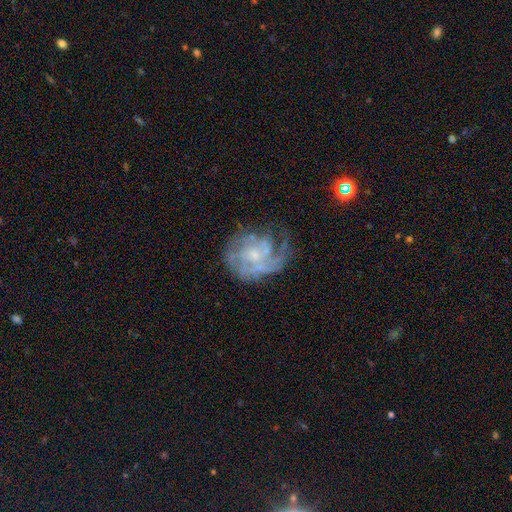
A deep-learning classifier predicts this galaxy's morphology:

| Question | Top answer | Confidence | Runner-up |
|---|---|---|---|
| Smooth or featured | featured or disk | 76% | smooth (16%) |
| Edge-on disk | no | 98% | yes (2%) |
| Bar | no | 78% | weak (20%) |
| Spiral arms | yes | 79% | no (21%) |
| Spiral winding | tight | 49% | medium (33%) |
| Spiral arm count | can't tell | 46% | 3 (15%) |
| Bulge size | small | 61% | moderate (25%) |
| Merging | none | 51% | major disturbance (23%) |